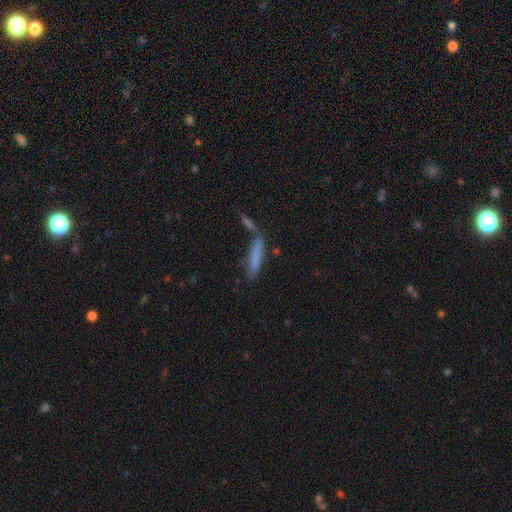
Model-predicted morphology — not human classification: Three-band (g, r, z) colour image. It shows a smooth galaxy with no disk features (70%) that is cigar-shaped (90%). Merging: none (54%).